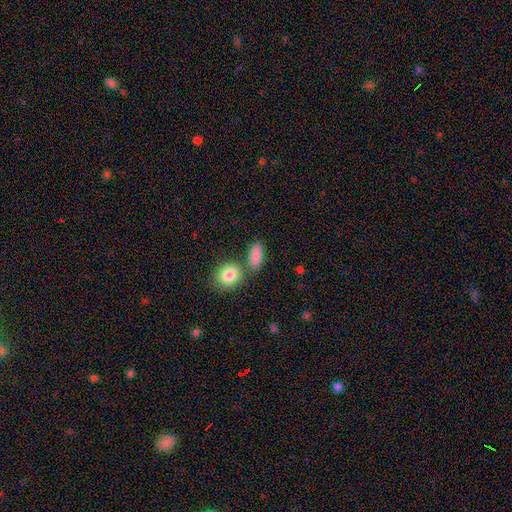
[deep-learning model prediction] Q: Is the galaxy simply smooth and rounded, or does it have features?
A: smooth — 87%.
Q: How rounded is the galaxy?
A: in between — 82%.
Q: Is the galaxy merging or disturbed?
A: none — 68%.